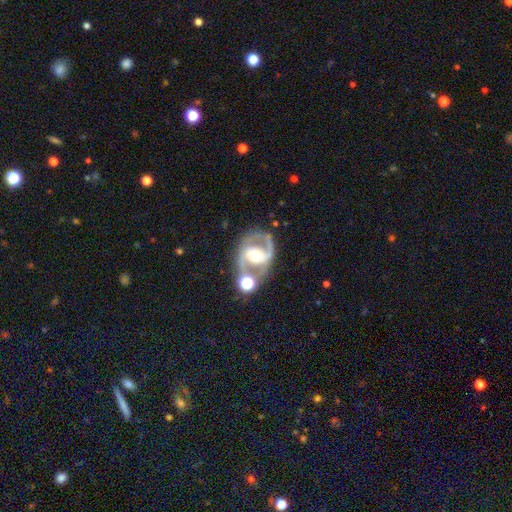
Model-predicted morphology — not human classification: The model was most divided on "bar": strong: 37%, weak: 35%, no: 28%. More confident: edge-on disk — no (96%); spiral arm count — 2 (88%); spiral arms — yes (85%); smooth or featured — featured or disk (84%); bulge size — moderate (70%); merging — none (63%); spiral winding — medium (55%).